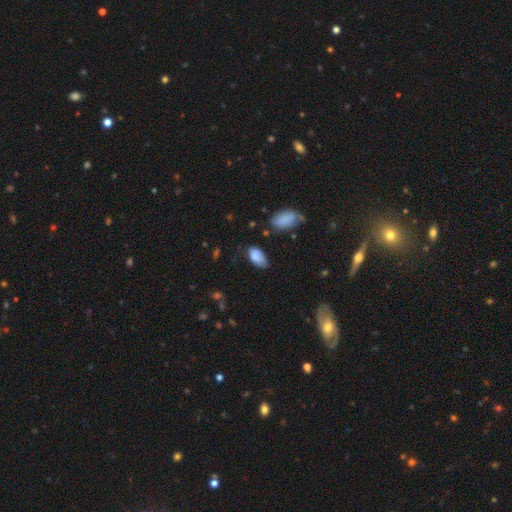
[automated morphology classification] Overall: smooth (80%). How rounded: in between (93%). Merging: none (41%; minor disturbance 39%).